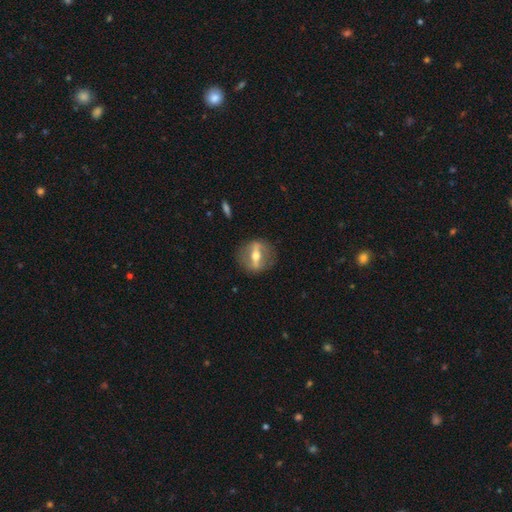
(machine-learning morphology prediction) Smooth or featured?
  - featured or disk: 73% *
  - smooth: 21%
  - star or artifact: 6%
Edge-on disk?
  - no: 61% *
  - yes: 39%
Merging?
  - none: 83% *
  - minor disturbance: 11%
  - major disturbance: 5%
  - merger: 1%